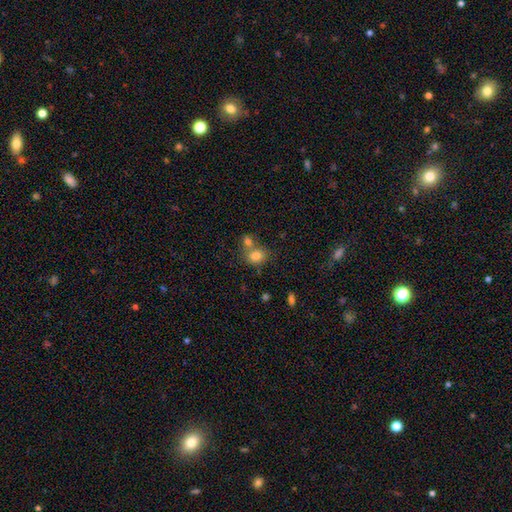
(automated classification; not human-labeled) Smooth or featured: smooth — 80% (star or artifact — 10%)
How rounded: in between — 51% (round — 48%)
Merging: none — 43% (merger — 42%)